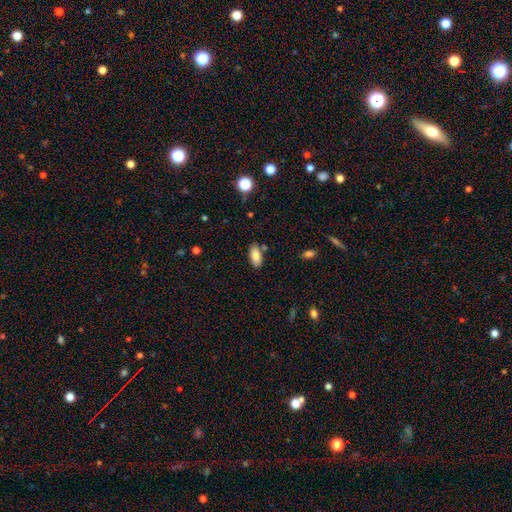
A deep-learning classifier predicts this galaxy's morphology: smooth_or_featured: smooth (p=0.85) [alt: star or artifact p=0.07]
how_rounded: in between (p=0.91) [alt: cigar-shaped p=0.06]
merging: none (p=0.80) [alt: minor disturbance p=0.12]